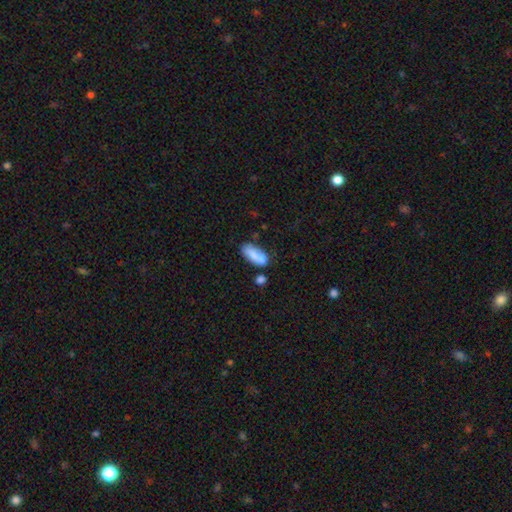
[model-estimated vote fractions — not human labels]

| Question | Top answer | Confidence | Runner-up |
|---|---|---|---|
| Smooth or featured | smooth | 78% | featured or disk (15%) |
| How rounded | in between | 82% | cigar-shaped (15%) |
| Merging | none | 60% | minor disturbance (21%) |